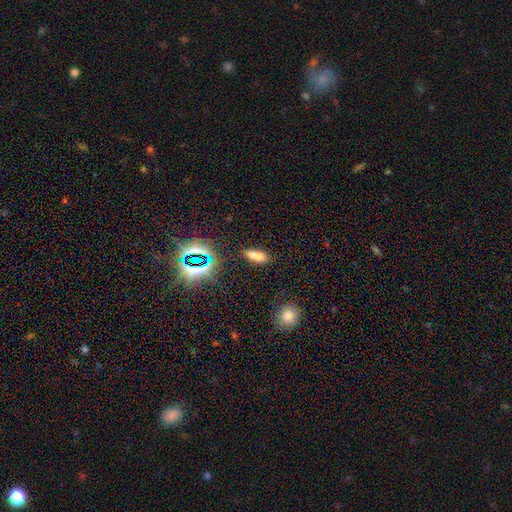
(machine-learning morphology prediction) Smooth or featured? Predicted: smooth (p=0.69). How rounded? Predicted: in between (p=0.65). Merging? Predicted: none (p=0.59).